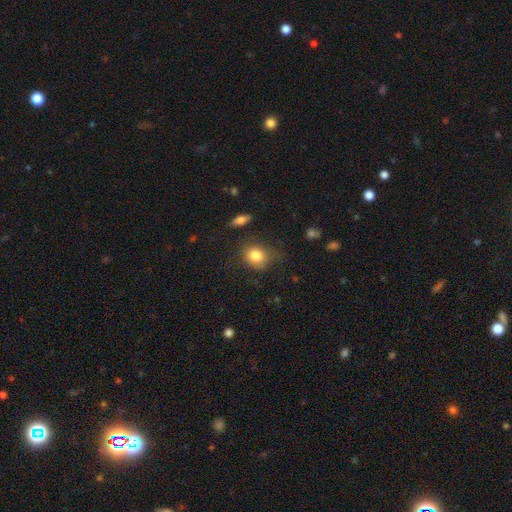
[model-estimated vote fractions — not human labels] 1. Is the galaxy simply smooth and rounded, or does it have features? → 82% smooth, 9% star or artifact, 8% featured or disk.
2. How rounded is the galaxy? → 66% round, 32% in between, 1% cigar-shaped.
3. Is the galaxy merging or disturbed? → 71% none, 19% minor disturbance, 7% major disturbance, 2% merger.